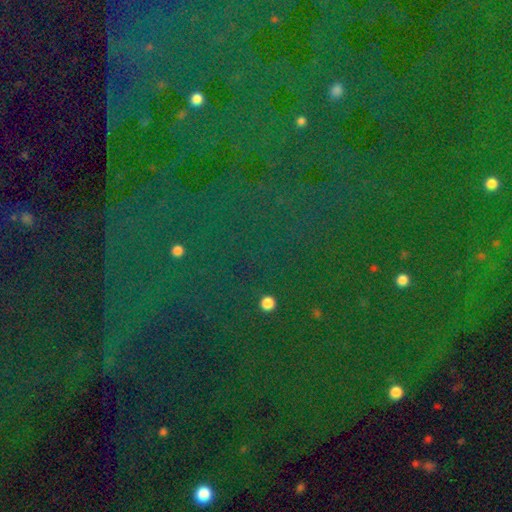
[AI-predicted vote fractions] star or artifact 80%, smooth 12%, featured or disk 8%.